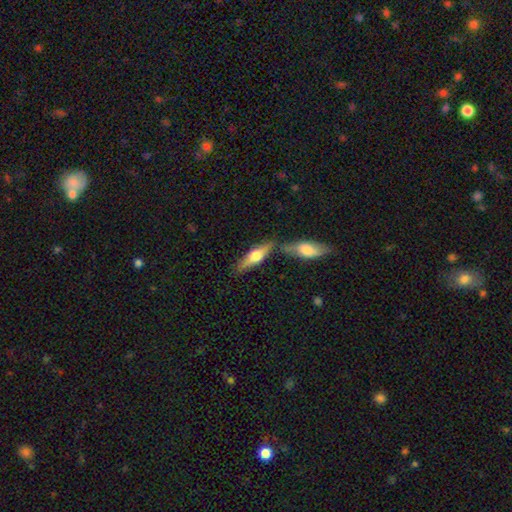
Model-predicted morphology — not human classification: Smooth or featured: featured or disk — 50% (smooth — 44%)
Edge-on disk: yes — 90% (no — 10%)
Merging: none — 63% (merger — 22%)